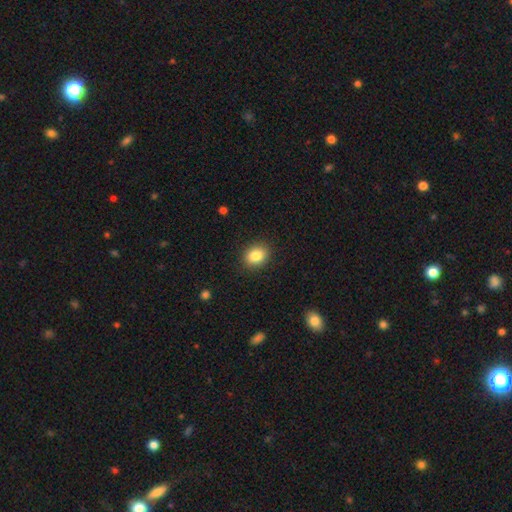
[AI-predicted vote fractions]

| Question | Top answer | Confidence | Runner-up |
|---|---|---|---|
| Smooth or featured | smooth | 85% | star or artifact (9%) |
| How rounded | in between | 53% | round (46%) |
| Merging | none | 89% | minor disturbance (8%) |